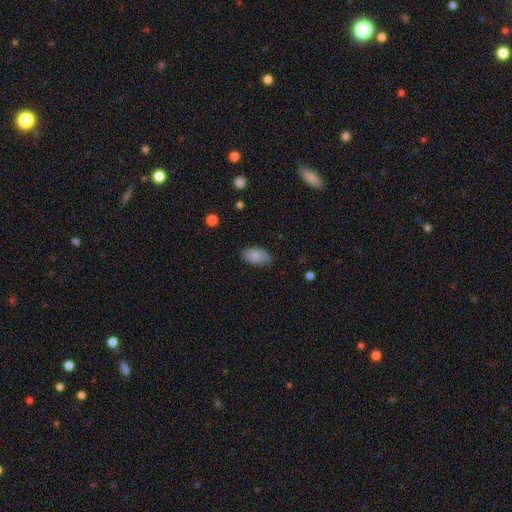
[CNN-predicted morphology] type=smooth (86%); roundness=in between (93%); merging=none (80%).